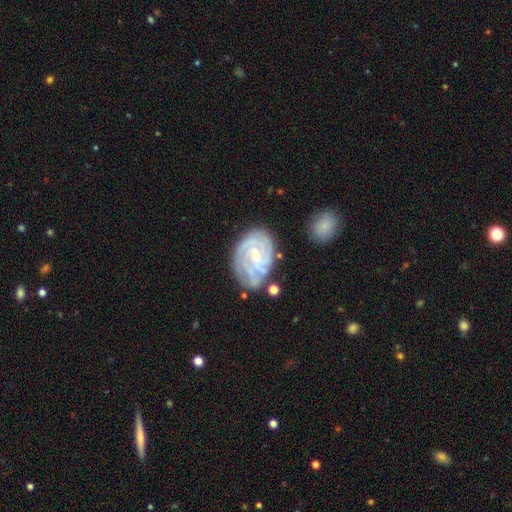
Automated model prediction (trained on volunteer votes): Smooth or featured: featured or disk — 82% (smooth — 12%)
Edge-on disk: no — 97% (yes — 3%)
Bar: weak — 50% (no — 34%)
Spiral arms: yes — 95% (no — 5%)
Spiral winding: tight — 67% (medium — 27%)
Spiral arm count: 3 — 27% (can't tell — 26%)
Bulge size: small — 67% (moderate — 26%)
Merging: none — 68% (minor disturbance — 20%)